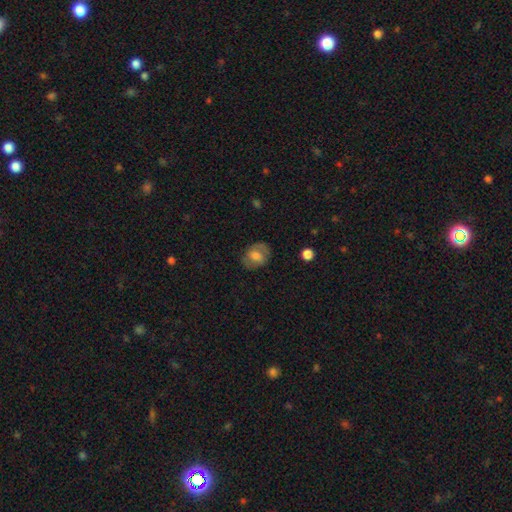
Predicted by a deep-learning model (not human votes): Smooth or featured? smooth (57%)
How rounded? in between (56%)
Merging? none (74%)